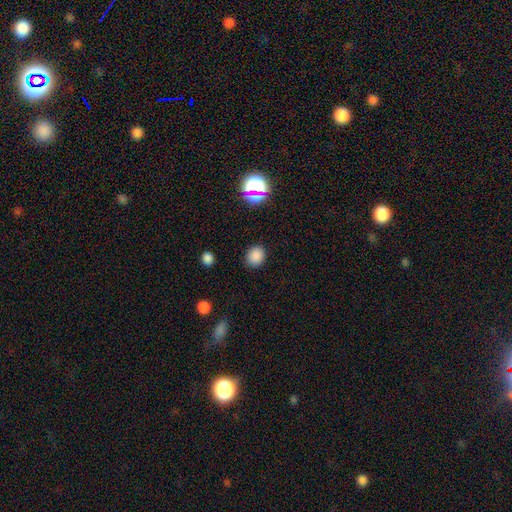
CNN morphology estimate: smooth 82%, star or artifact 14%, featured or disk 4%. Down the decision tree: how rounded — round (64%); merging — none (86%).